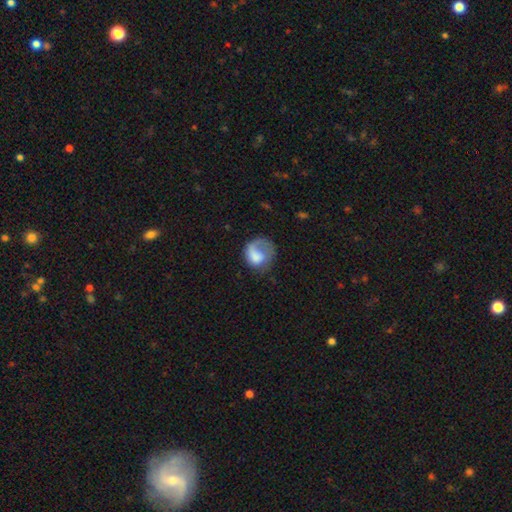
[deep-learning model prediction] A smooth galaxy with no disk features (61%) that is round (70%). Merging: major disturbance (40%).